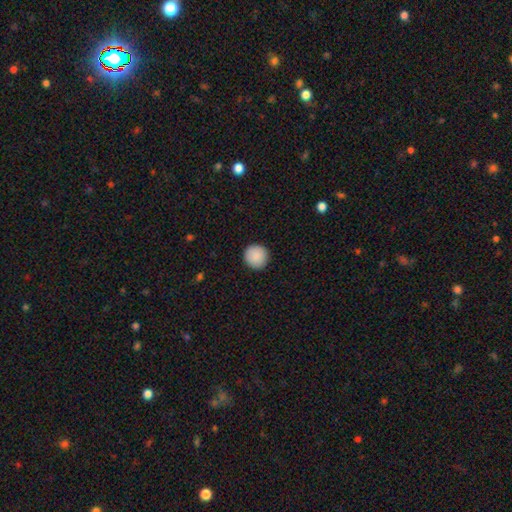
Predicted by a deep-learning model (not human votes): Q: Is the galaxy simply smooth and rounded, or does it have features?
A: smooth — 89%.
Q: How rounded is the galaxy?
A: round — 95%.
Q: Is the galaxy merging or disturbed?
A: none — 92%.